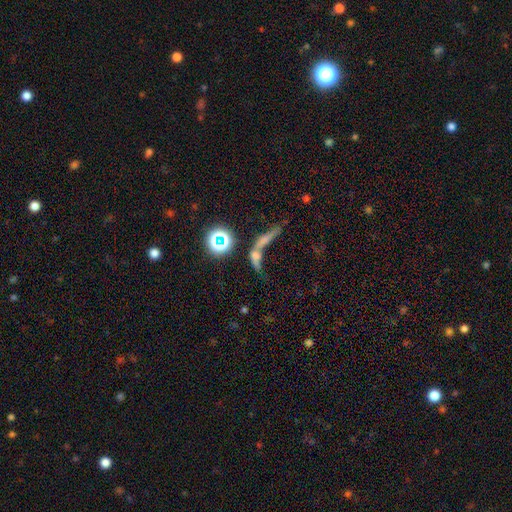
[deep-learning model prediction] This is possibly a smooth galaxy (46%). Merging: possibly merger (53%).